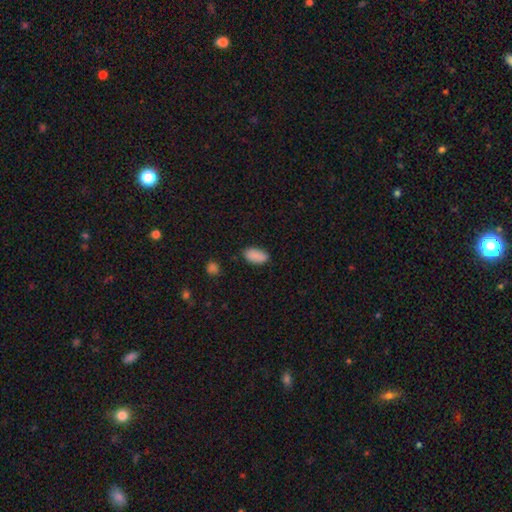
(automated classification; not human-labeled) This is clearly a smooth galaxy (89%). How rounded: clearly in between (94%). Merging: clearly none (82%).